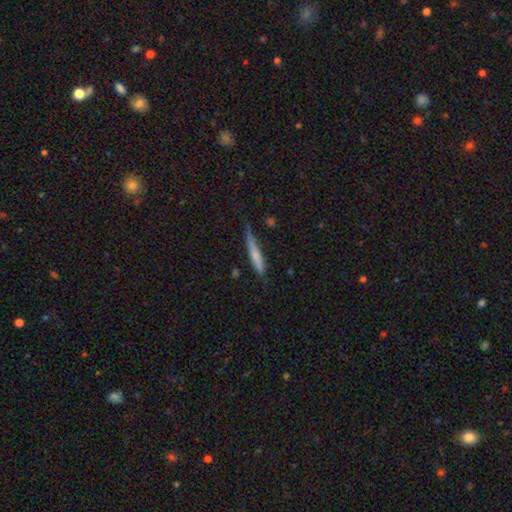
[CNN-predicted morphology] This appears to be a smooth galaxy with no disk features (62%) that is cigar-shaped (92%). Merging: none (66%).